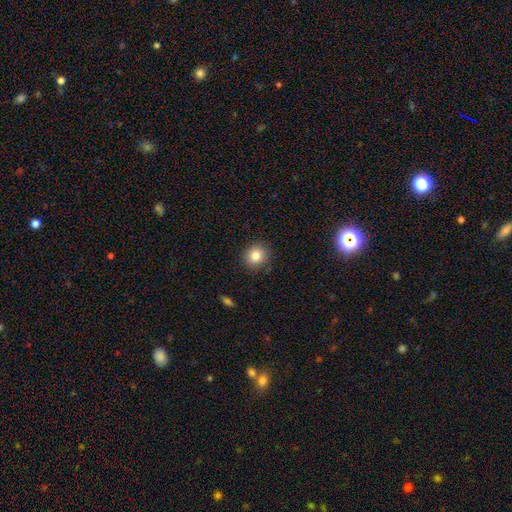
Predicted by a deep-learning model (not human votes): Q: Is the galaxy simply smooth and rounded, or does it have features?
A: smooth — 82%.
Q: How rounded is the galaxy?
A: round — 84%.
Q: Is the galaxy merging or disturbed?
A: none — 89%.